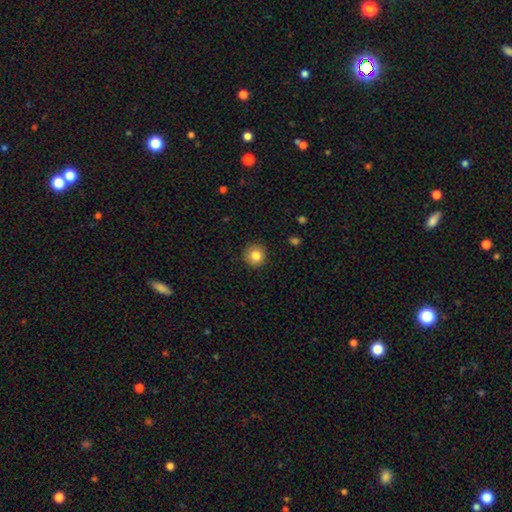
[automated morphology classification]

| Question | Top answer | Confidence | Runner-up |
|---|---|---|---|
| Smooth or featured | smooth | 83% | star or artifact (10%) |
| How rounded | round | 95% | in between (4%) |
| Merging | none | 91% | minor disturbance (6%) |